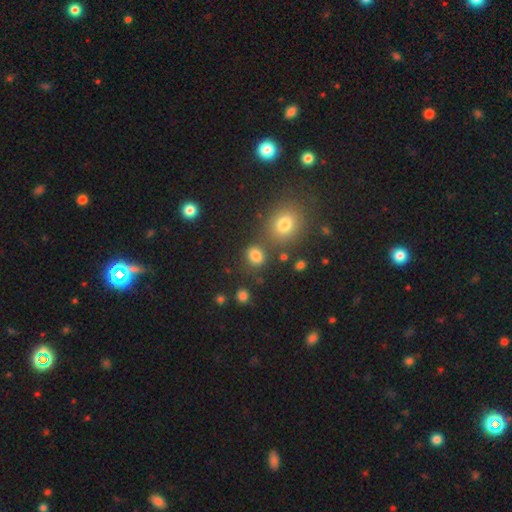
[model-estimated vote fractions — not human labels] Q: Smooth or featured?
A: smooth (79%); runner-up: star or artifact (15%)
Q: How rounded?
A: round (56%); runner-up: in between (43%)
Q: Merging?
A: none (72%); runner-up: minor disturbance (12%)